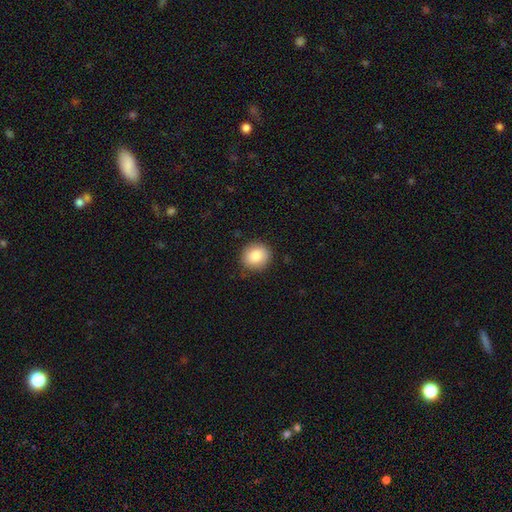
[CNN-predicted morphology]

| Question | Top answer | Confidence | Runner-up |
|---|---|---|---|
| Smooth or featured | smooth | 86% | star or artifact (8%) |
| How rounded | round | 82% | in between (18%) |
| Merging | none | 87% | minor disturbance (10%) |